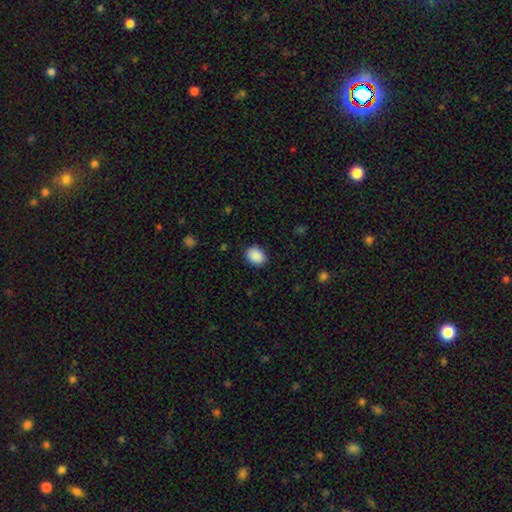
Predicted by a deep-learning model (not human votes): This is clearly a smooth galaxy (90%). How rounded: possibly in between (53%). Merging: clearly none (88%).